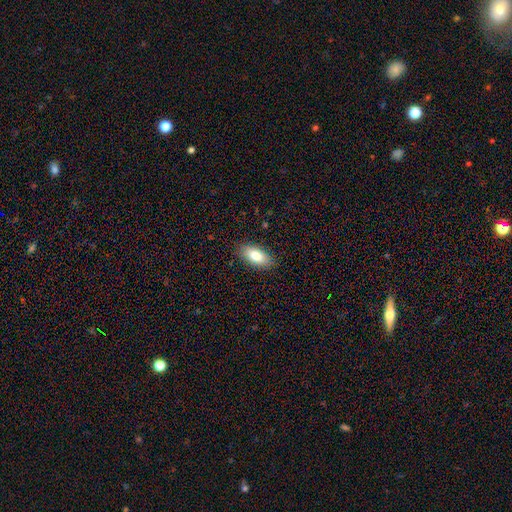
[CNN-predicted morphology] The model was most divided on "smooth or featured": smooth: 83%, featured or disk: 11%, star or artifact: 7%. More confident: how rounded — in between (90%); merging — none (88%).